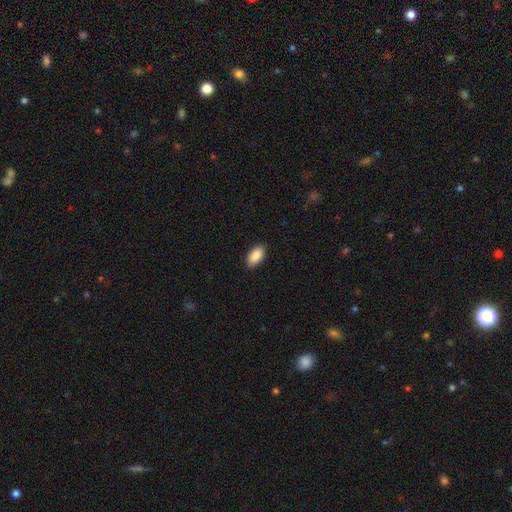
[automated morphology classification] Overall: smooth (90%). How rounded: in between (94%). Merging: none (89%).